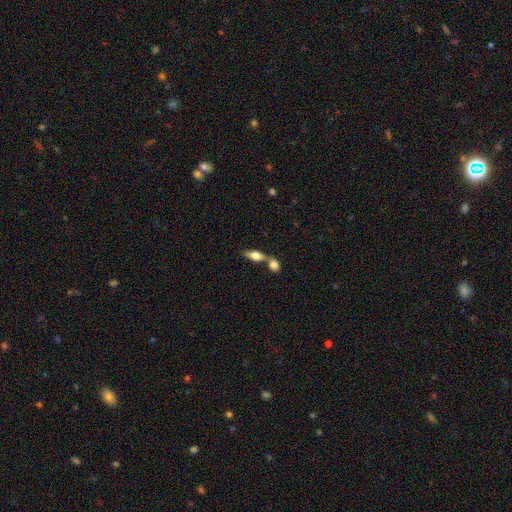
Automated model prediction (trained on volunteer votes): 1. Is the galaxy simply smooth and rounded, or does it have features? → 56% smooth, 37% featured or disk, 8% star or artifact.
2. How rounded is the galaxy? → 65% in between, 27% cigar-shaped, 8% round.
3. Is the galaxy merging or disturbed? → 49% merger, 40% none, 8% minor disturbance, 4% major disturbance.